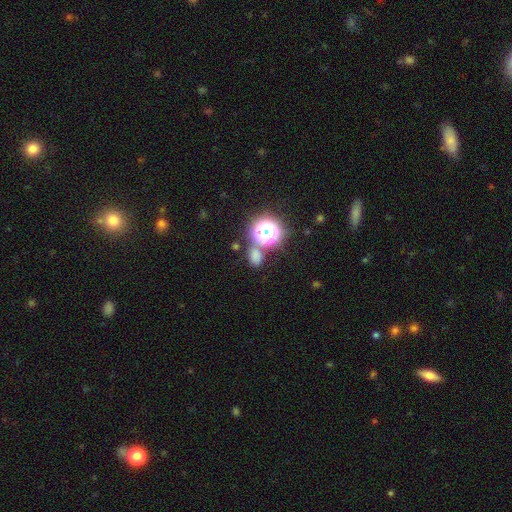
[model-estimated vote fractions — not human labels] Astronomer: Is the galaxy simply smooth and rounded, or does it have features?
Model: smooth — 59%.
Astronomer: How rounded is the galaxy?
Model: round — 55% (runner-up: in between, 44%).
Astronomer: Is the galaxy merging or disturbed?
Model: none — 64%.